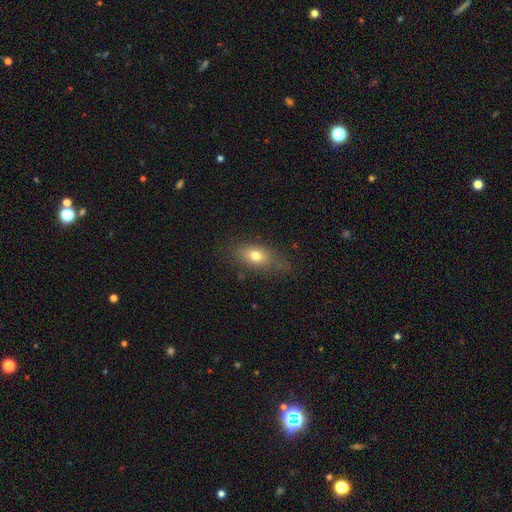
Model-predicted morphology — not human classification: Overall: smooth (73%). How rounded: in between (77%). Merging: none (71%).